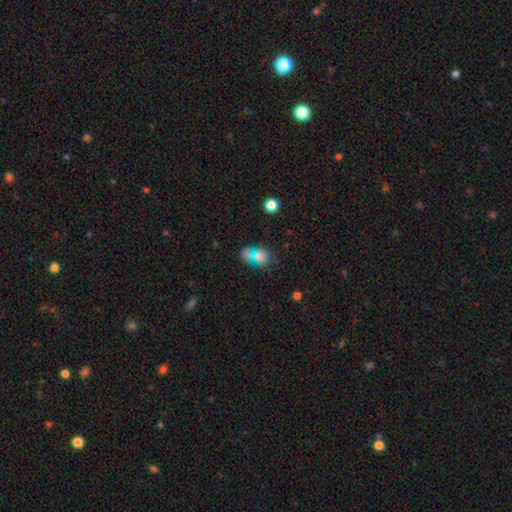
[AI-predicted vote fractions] Q: Smooth or featured?
A: smooth (65%); runner-up: star or artifact (21%)
Q: How rounded?
A: round (49%); tied with: in between (49%)
Q: Merging?
A: none (62%); runner-up: merger (19%)